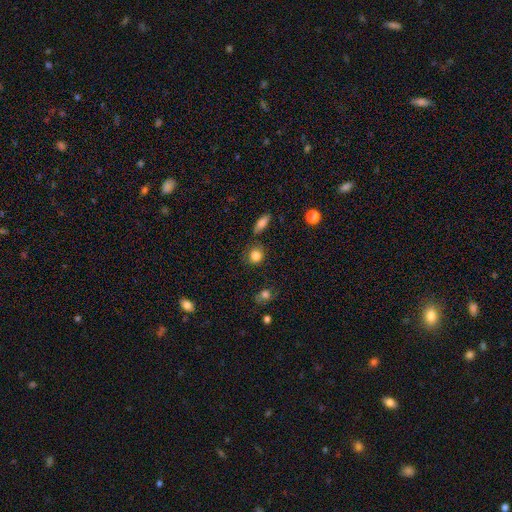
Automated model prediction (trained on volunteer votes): Smooth or featured? Predicted: smooth (p=0.85). How rounded? Predicted: round (p=0.80). Merging? Predicted: none (p=0.76).